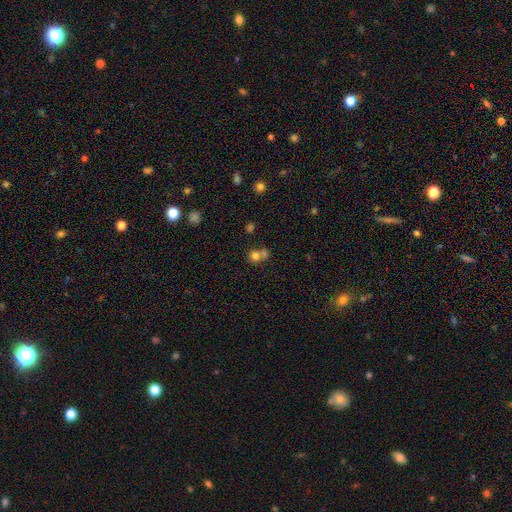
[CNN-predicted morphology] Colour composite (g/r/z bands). It shows a smooth galaxy with no disk features (75%) that is round (82%). Merging: merger (52%).